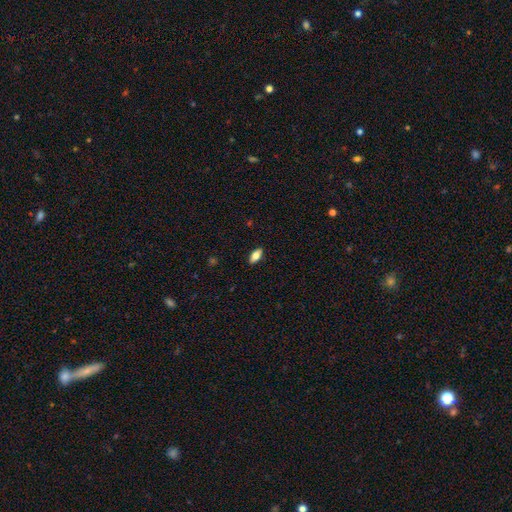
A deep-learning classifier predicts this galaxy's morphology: smooth_or_featured: smooth (p=0.71) [alt: featured or disk p=0.21]
how_rounded: in between (p=0.85) [alt: cigar-shaped p=0.11]
merging: none (p=0.88) [alt: minor disturbance p=0.09]